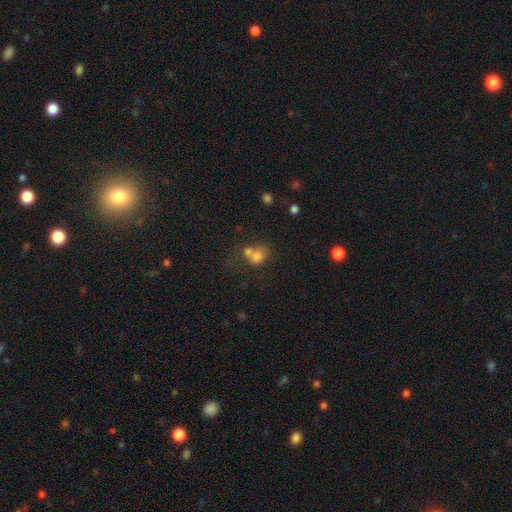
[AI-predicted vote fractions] Morphology: type=smooth (70%); roundness=round (65%); merging=merger (48%).